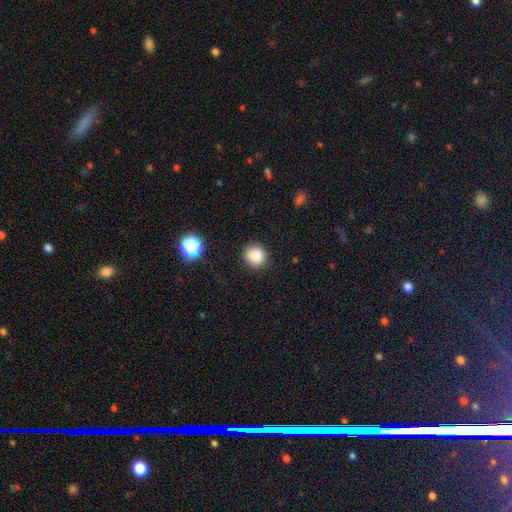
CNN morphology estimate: The model was most divided on "merging": none: 82%, minor disturbance: 13%, major disturbance: 3%, merger: 2%. More confident: how rounded — round (87%); smooth or featured — smooth (83%).